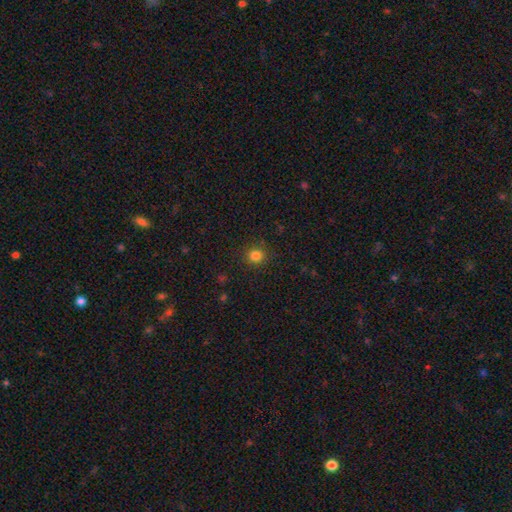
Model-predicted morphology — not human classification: Smooth or featured? smooth (83%)
How rounded? round (86%)
Merging? none (90%)